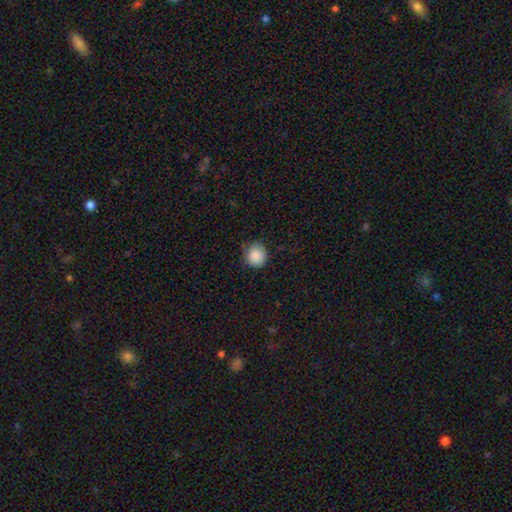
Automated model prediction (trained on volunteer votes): This appears to be a smooth galaxy with no disk features (87%) that is round (88%). Merging: none (74%).